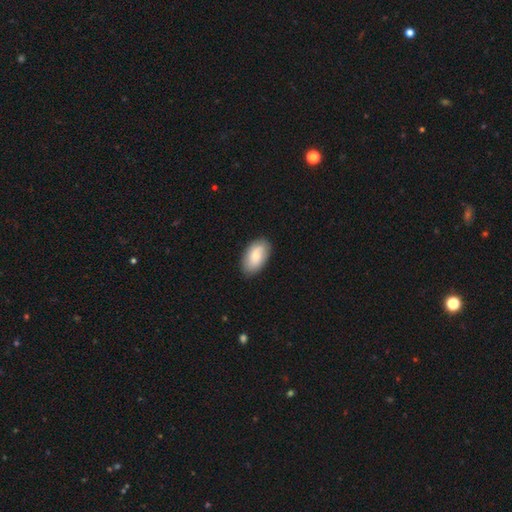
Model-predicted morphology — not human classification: This appears to be a smooth galaxy with no disk features (75%) that is in between round and cigar-shaped (94%). Merging: none (84%).